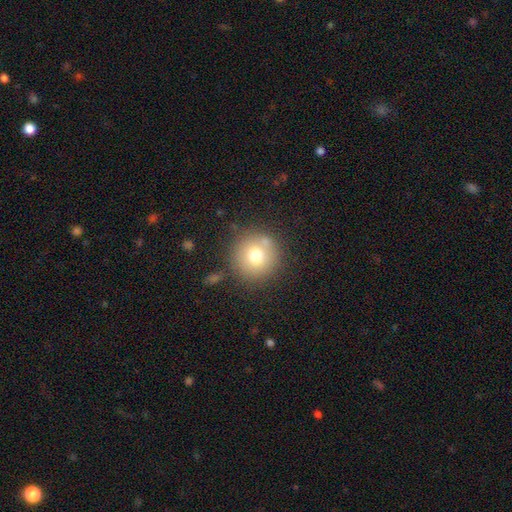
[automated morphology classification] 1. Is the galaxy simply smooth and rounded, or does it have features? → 72% smooth, 15% featured or disk, 12% star or artifact.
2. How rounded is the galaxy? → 94% round, 6% in between, 1% cigar-shaped.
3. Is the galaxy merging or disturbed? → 80% none, 10% minor disturbance, 6% merger, 4% major disturbance.